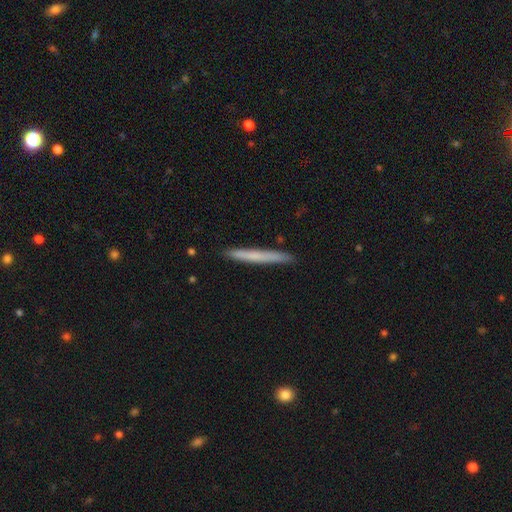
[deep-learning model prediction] smooth_or_featured: smooth (p=0.63) [alt: featured or disk p=0.31]
how_rounded: cigar-shaped (p=0.97) [alt: in between p=0.02]
merging: none (p=0.91) [alt: minor disturbance p=0.07]